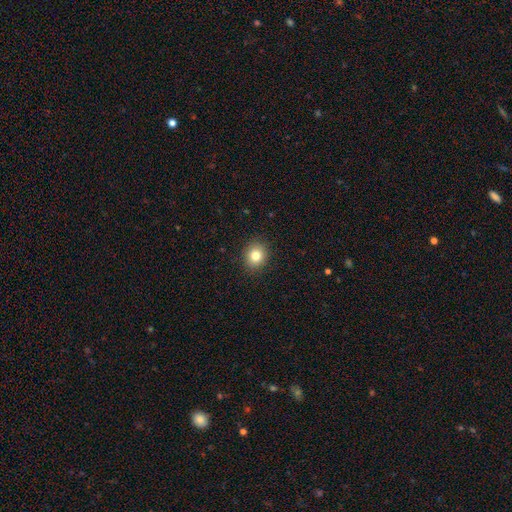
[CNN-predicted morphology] smooth-or-featured: smooth: 82% | star or artifact: 11% | featured or disk: 7%
  how-rounded: round: 75% | in between: 25% | cigar-shaped: 1%
  merging: none: 90% | minor disturbance: 7% | major disturbance: 2% | merger: 1%